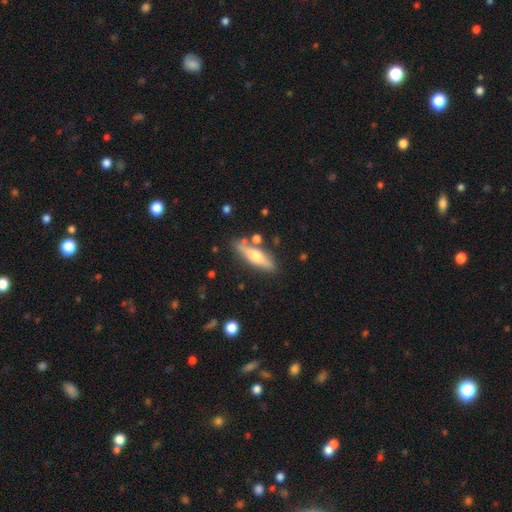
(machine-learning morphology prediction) This is possibly a featured or disk galaxy (47%, tied with smooth). Merging: likely none (78%).